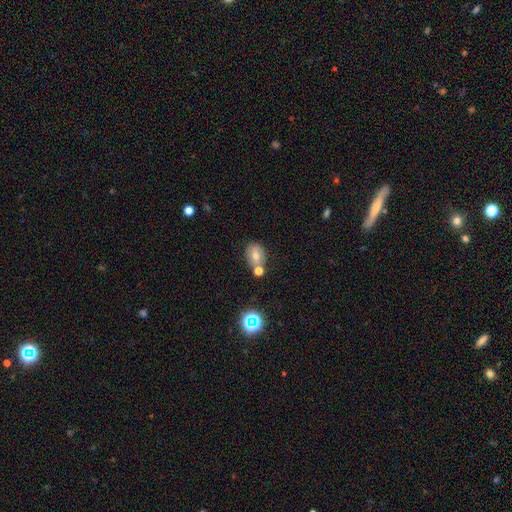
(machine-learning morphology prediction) This is possibly a smooth galaxy (57%). How rounded: likely in between (61%). Merging: possibly none (58%).